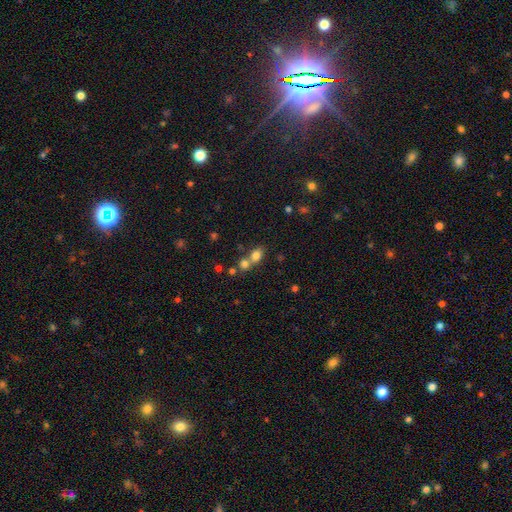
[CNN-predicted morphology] smooth-or-featured: smooth: 76% | star or artifact: 13% | featured or disk: 10%
  how-rounded: in between: 58% | round: 40% | cigar-shaped: 2%
  merging: merger: 53% | none: 37% | minor disturbance: 7% | major disturbance: 3%